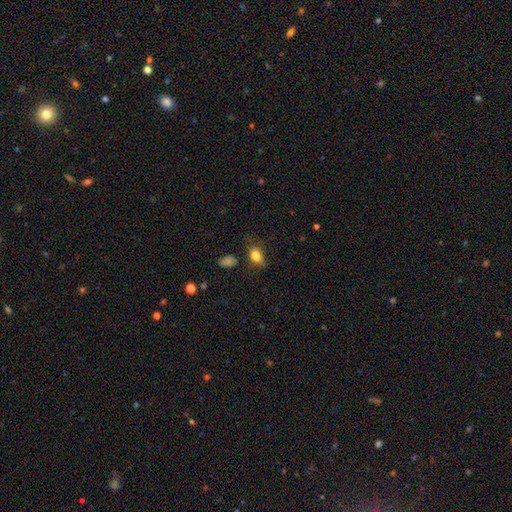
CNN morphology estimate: smooth_or_featured: smooth (p=0.82) [alt: star or artifact p=0.10]
how_rounded: in between (p=0.74) [alt: round p=0.24]
merging: none (p=0.63) [alt: minor disturbance p=0.24]